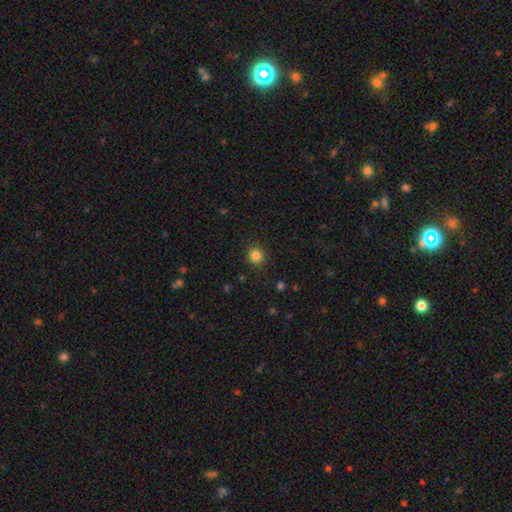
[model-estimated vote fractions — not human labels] Smooth or featured?
  - smooth: 84% *
  - star or artifact: 12%
  - featured or disk: 4%
How rounded?
  - round: 92% *
  - in between: 7%
  - cigar-shaped: 1%
Merging?
  - none: 91% *
  - minor disturbance: 6%
  - major disturbance: 2%
  - merger: 1%